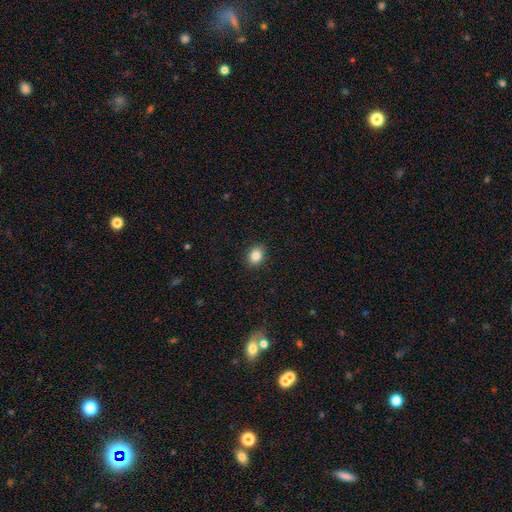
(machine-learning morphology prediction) A smooth galaxy with no disk features (85%) that is round (50%).

Vote fractions:
- Smooth or featured? smooth: 85% / star or artifact: 10% / featured or disk: 5%
- How rounded? round: 50% / in between: 49% / cigar-shaped: 1%
- Merging? none: 88% / minor disturbance: 8% / major disturbance: 2% / merger: 1%